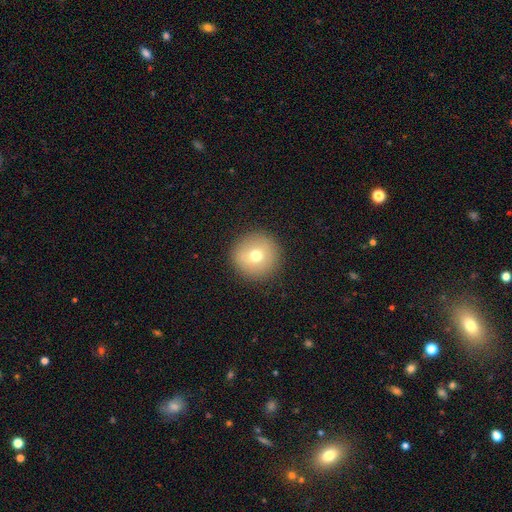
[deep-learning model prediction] Smooth or featured? smooth (70%)
How rounded? round (96%)
Merging? none (91%)